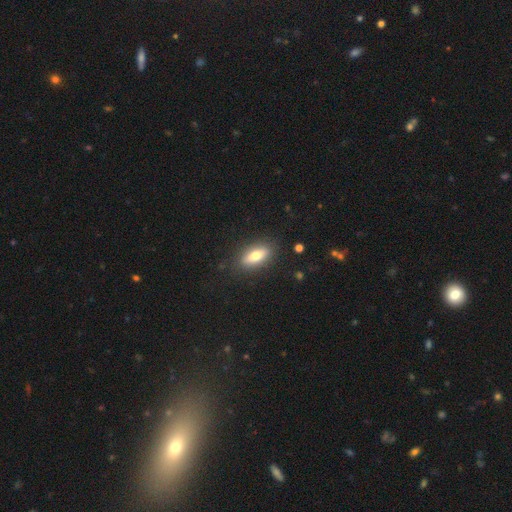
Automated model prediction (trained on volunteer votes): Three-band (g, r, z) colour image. It shows a smooth galaxy with no disk features (66%) that is in between round and cigar-shaped (72%). Merging: none (86%).